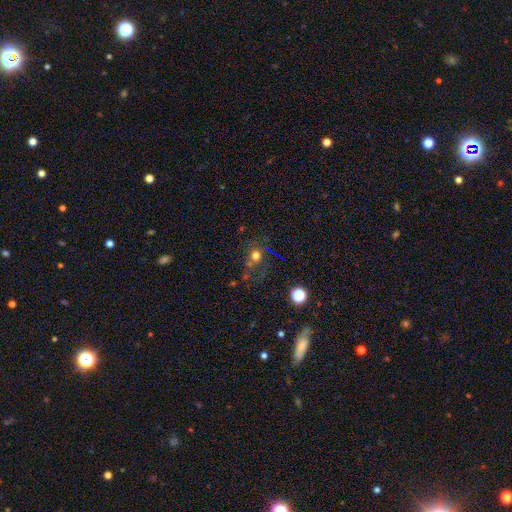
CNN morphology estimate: Smooth or featured? smooth (59%)
How rounded? round (76%)
Merging? none (56%)